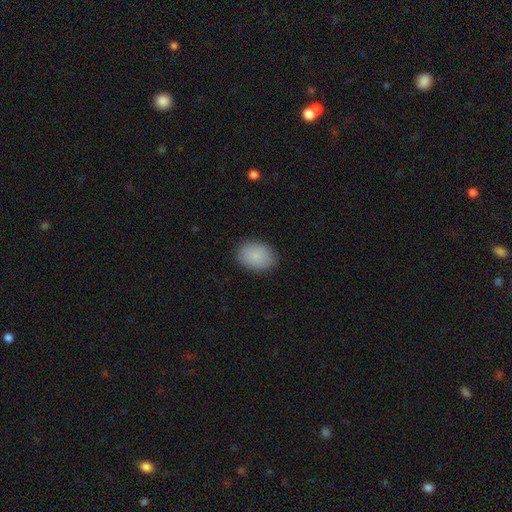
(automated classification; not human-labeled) Smooth or featured? Predicted: smooth (p=0.87). How rounded? Predicted: in between (p=0.68). Merging? Predicted: none (p=0.87).